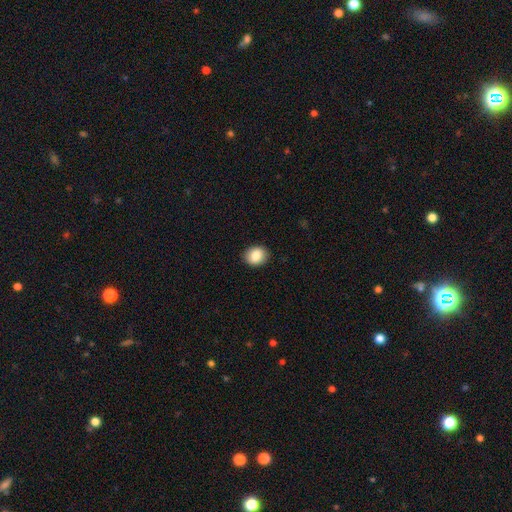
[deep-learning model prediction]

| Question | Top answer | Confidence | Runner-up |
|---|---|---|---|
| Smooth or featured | smooth | 85% | star or artifact (9%) |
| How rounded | round | 62% | in between (37%) |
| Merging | none | 91% | minor disturbance (7%) |